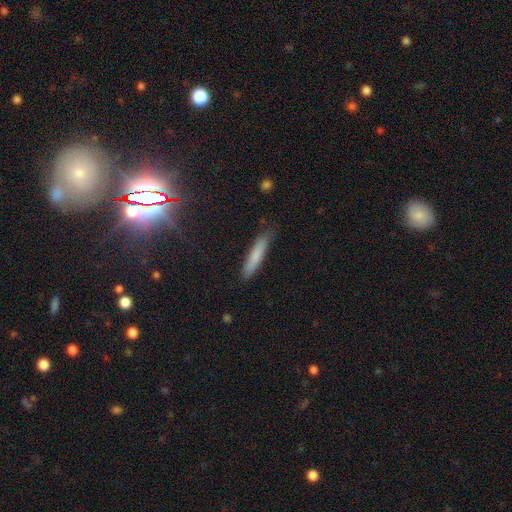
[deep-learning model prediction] Q: Smooth or featured?
A: smooth (75%); runner-up: featured or disk (17%)
Q: How rounded?
A: cigar-shaped (89%); runner-up: in between (10%)
Q: Merging?
A: none (84%); runner-up: minor disturbance (13%)